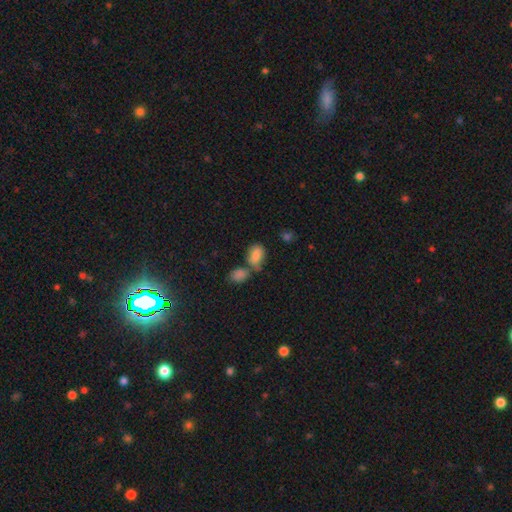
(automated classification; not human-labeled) This appears to be a smooth galaxy with no disk features (84%) that is in between round and cigar-shaped (84%). Merging: merger (42%).